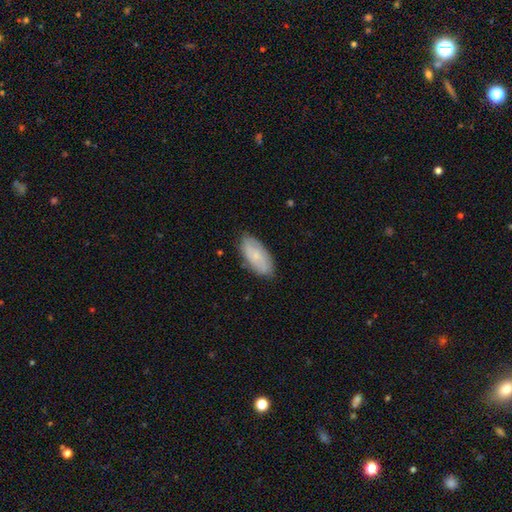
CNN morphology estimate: A smooth galaxy with no disk features (59%) that is in between round and cigar-shaped (88%).

Vote fractions:
- Smooth or featured? smooth: 59% / featured or disk: 33% / star or artifact: 7%
- How rounded? in between: 88% / cigar-shaped: 10% / round: 2%
- Merging? none: 81% / minor disturbance: 15% / major disturbance: 3% / merger: 1%